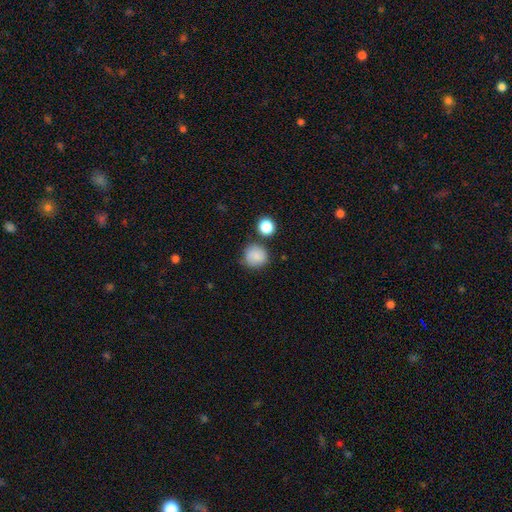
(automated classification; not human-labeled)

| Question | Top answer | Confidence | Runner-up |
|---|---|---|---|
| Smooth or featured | smooth | 84% | star or artifact (10%) |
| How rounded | round | 91% | in between (8%) |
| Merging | none | 77% | minor disturbance (13%) |